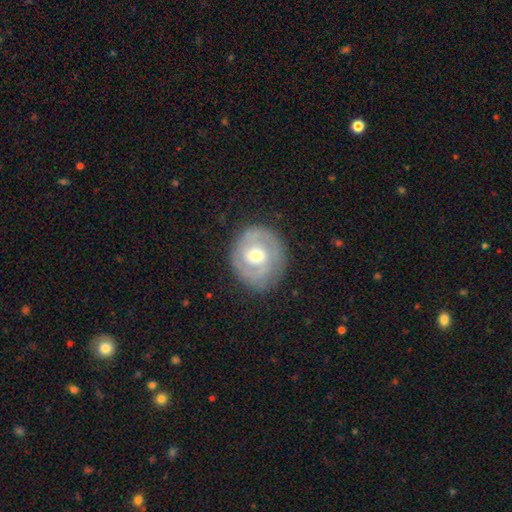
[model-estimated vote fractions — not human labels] This appears to be a featured or disk galaxy (72%) with no bar (49%), 2 (68%) tight (51%) spiral arms (85%) and a moderate central bulge (61%). Merging: none (81%).